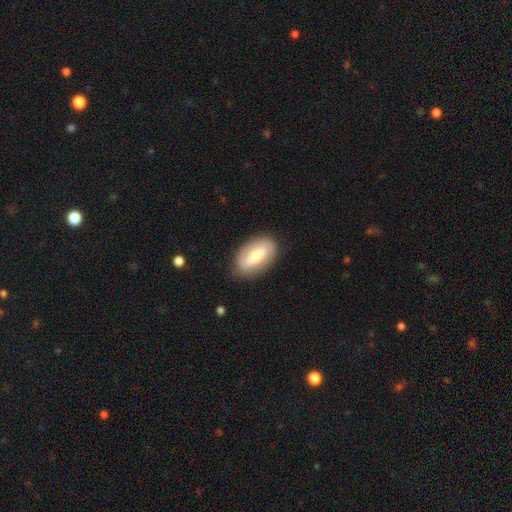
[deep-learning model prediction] This appears to be a smooth galaxy with no disk features (51%) that is in between round and cigar-shaped (89%). Merging: none (82%).